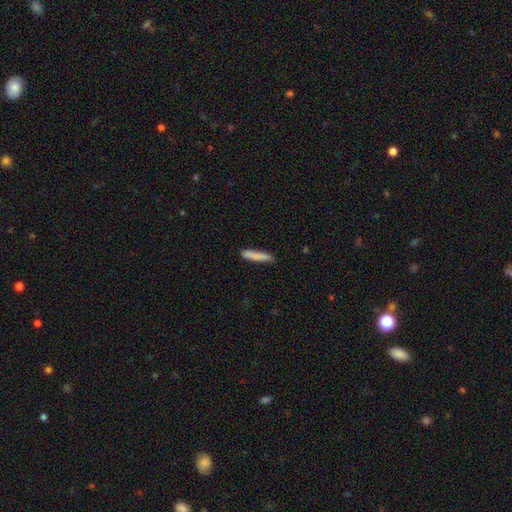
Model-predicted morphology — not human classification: Overall: smooth (84%). How rounded: cigar-shaped (92%). Merging: none (87%).